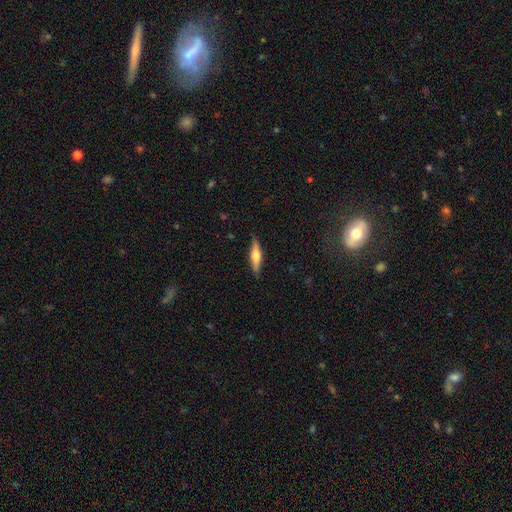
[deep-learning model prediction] This is possibly a featured or disk galaxy (52%). It is clearly viewed edge-on (94%). Merging: clearly none (86%).